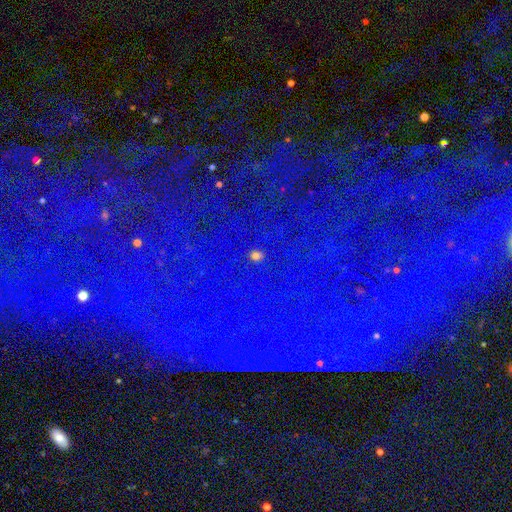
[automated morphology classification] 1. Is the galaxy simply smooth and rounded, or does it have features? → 52% smooth, 40% star or artifact, 8% featured or disk.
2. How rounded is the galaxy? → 54% round, 43% in between, 3% cigar-shaped.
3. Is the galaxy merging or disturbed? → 80% none, 10% minor disturbance, 5% merger, 5% major disturbance.